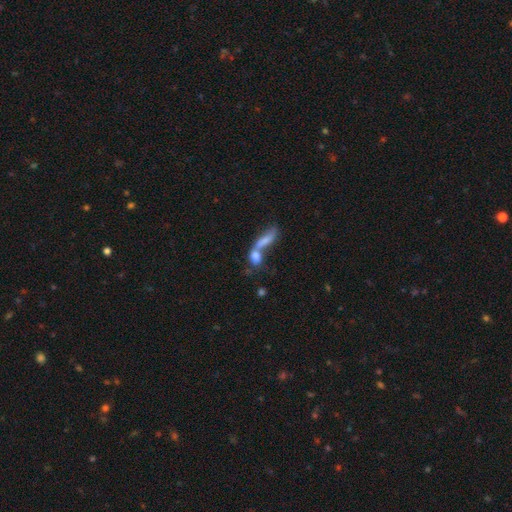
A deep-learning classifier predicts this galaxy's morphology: This is likely a smooth galaxy (71%). How rounded: possibly in between (56%). Merging: likely merger (65%).